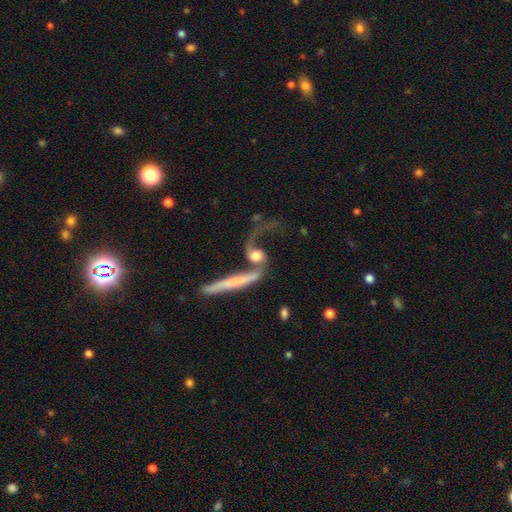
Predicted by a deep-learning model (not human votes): This appears to be a featured or disk galaxy (66%) with no bar (69%), spiral arms (80%) and a moderate central bulge (49%). Merging: merger (41%).